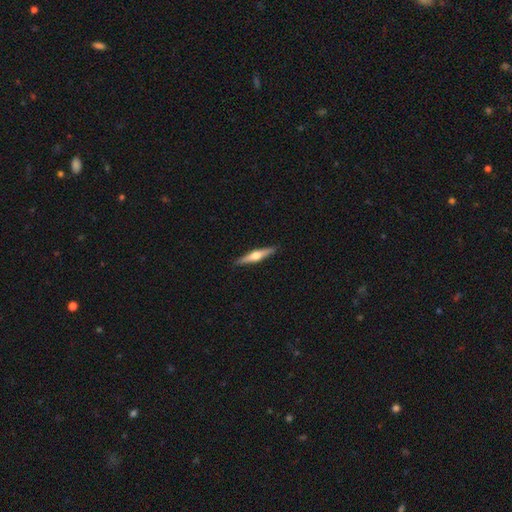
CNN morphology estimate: Smooth or featured?
  - featured or disk: 68% *
  - smooth: 27%
  - star or artifact: 5%
Edge-on disk?
  - yes: 97% *
  - no: 3%
Edge-on bulge?
  - rounded: 95% *
  - boxy: 3%
  - none: 3%
Merging?
  - none: 91% *
  - minor disturbance: 6%
  - major disturbance: 1%
  - merger: 1%